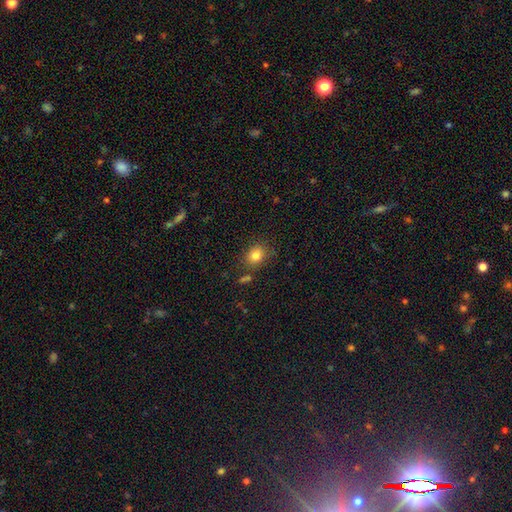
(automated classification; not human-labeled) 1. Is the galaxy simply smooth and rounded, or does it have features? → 82% smooth, 11% star or artifact, 7% featured or disk.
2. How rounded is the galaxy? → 51% round, 48% in between, 1% cigar-shaped.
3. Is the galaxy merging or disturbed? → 78% none, 13% minor disturbance, 5% merger, 4% major disturbance.